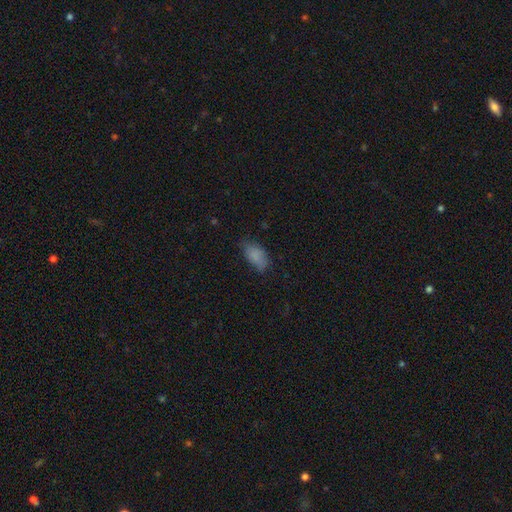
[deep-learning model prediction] smooth 83%, star or artifact 10%, featured or disk 8%. Down the decision tree: how rounded — in between (92%); merging — none (59%).